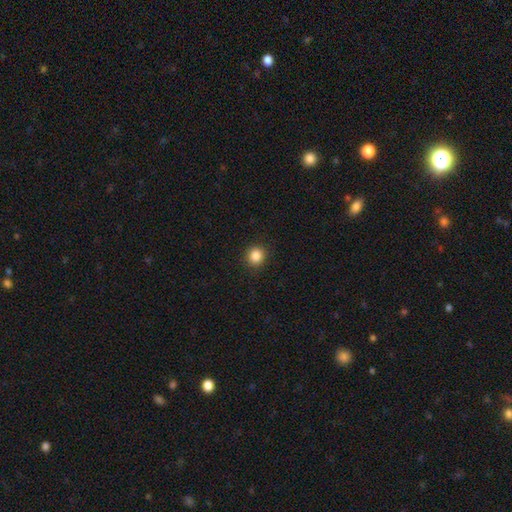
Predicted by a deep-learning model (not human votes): A smooth galaxy with no disk features (87%) that is round (87%). Merging: none (90%).